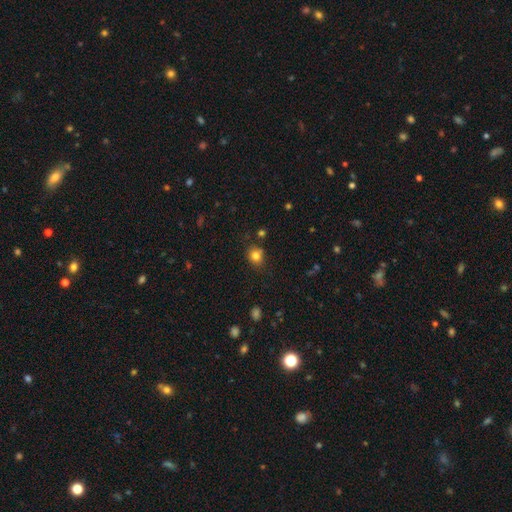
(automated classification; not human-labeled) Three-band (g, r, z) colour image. It shows a smooth galaxy with no disk features (81%) that is round (76%). Merging: none (79%).